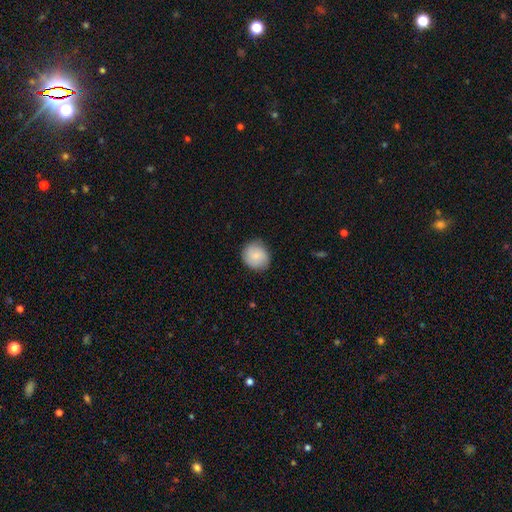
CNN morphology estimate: This appears to be a smooth galaxy with no disk features (84%) that is round (84%). Merging: none (83%).